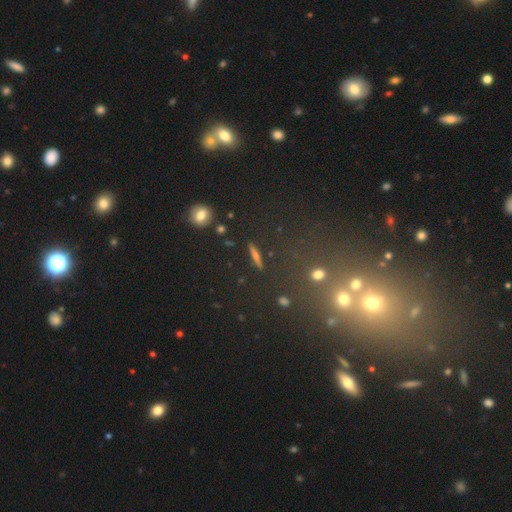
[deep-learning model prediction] smooth-or-featured: star or artifact: 43% | smooth: 38% | featured or disk: 19%